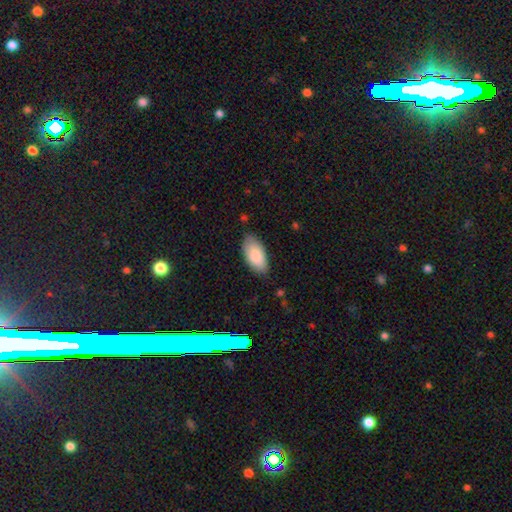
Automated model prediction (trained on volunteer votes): Smooth or featured?
  - smooth: 85% *
  - featured or disk: 9%
  - star or artifact: 6%
How rounded?
  - in between: 95% *
  - cigar-shaped: 4%
  - round: 2%
Merging?
  - none: 79% *
  - minor disturbance: 17%
  - major disturbance: 3%
  - merger: 1%